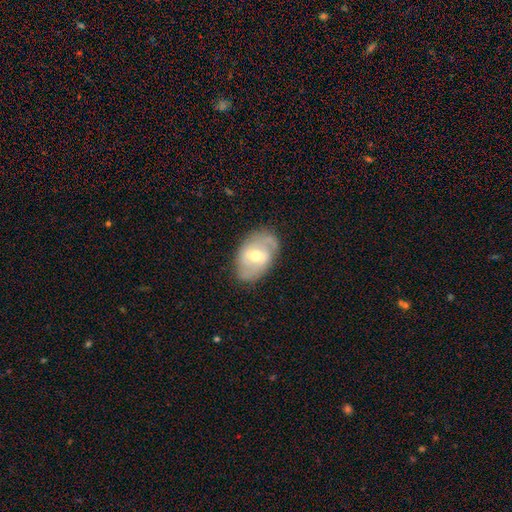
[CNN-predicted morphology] smooth-or-featured: featured or disk: 63% | smooth: 30% | star or artifact: 7%
  disk-edge-on: no: 94% | yes: 6%
    bar: weak: 48% | no: 34% | strong: 18%
    has-spiral-arms: yes: 73% | no: 27%
    bulge-size: moderate: 61% | small: 34% | large: 3% | none: 1% | dominant: 1%
  merging: none: 75% | minor disturbance: 18% | major disturbance: 5% | merger: 1%